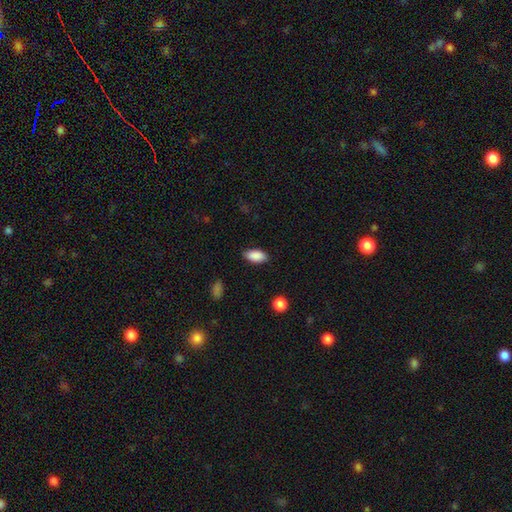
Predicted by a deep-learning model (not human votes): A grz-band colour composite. It shows a smooth galaxy with no disk features (89%) that is in between round and cigar-shaped (93%). Merging: none (84%).